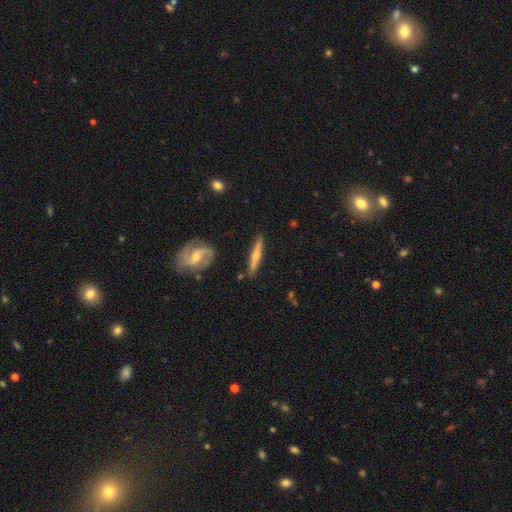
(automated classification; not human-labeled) smooth-or-featured: featured or disk: 59% | smooth: 36% | star or artifact: 5%
  disk-edge-on: yes: 94% | no: 6%
    edge-on-bulge: rounded: 81% | none: 14% | boxy: 5%
  merging: none: 88% | minor disturbance: 8% | merger: 2% | major disturbance: 2%